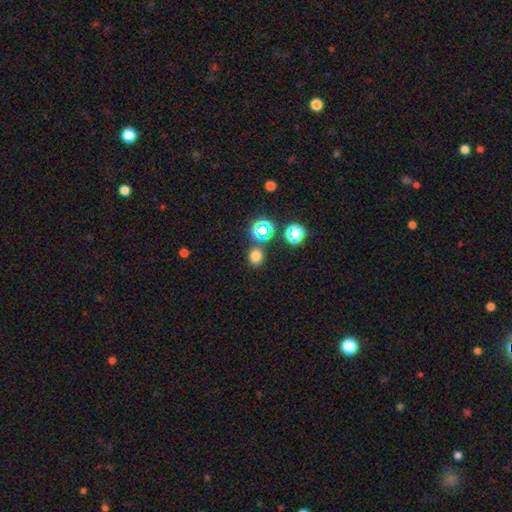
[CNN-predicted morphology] Smooth or featured?
  - smooth: 73% *
  - star or artifact: 22%
  - featured or disk: 5%
How rounded?
  - round: 76% *
  - in between: 23%
  - cigar-shaped: 1%
Merging?
  - none: 82% *
  - minor disturbance: 8%
  - merger: 7%
  - major disturbance: 3%